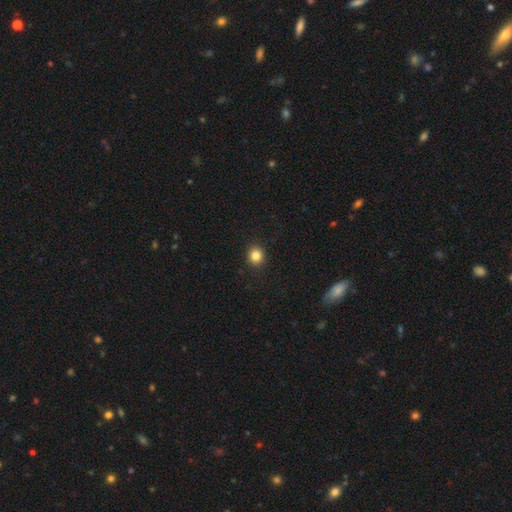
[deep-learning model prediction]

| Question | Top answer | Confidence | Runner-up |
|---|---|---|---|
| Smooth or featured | smooth | 84% | star or artifact (12%) |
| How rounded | round | 86% | in between (13%) |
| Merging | none | 92% | minor disturbance (6%) |